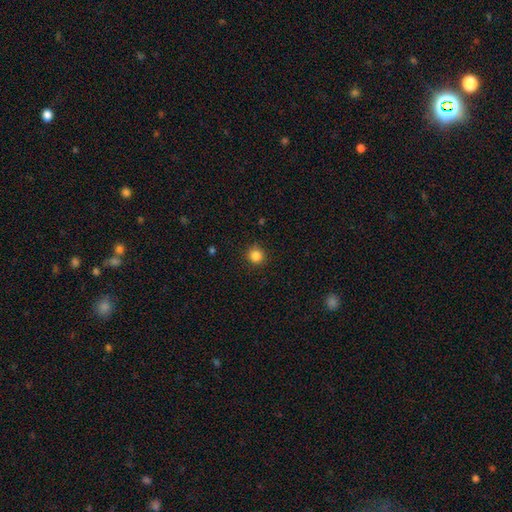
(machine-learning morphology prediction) smooth_or_featured: smooth (p=0.85) [alt: star or artifact p=0.11]
how_rounded: round (p=0.93) [alt: in between p=0.06]
merging: none (p=0.90) [alt: minor disturbance p=0.07]